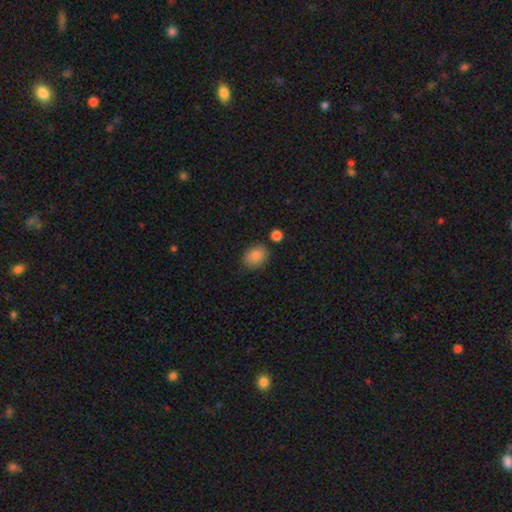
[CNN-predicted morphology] type=smooth (86%); roundness=in between (57%); merging=none (79%).